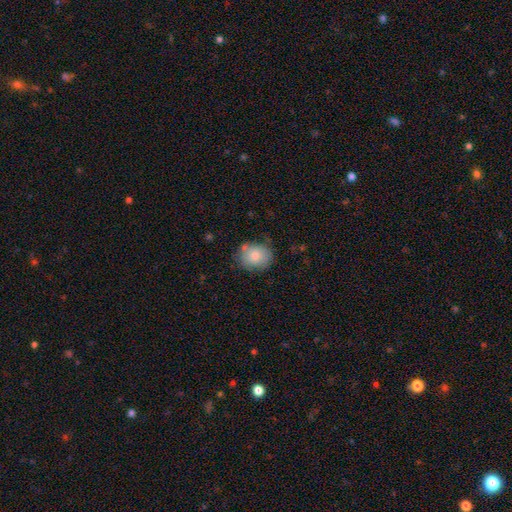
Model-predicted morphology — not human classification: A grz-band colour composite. It shows a smooth galaxy with no disk features (79%) that is round (59%). Merging: none (74%).